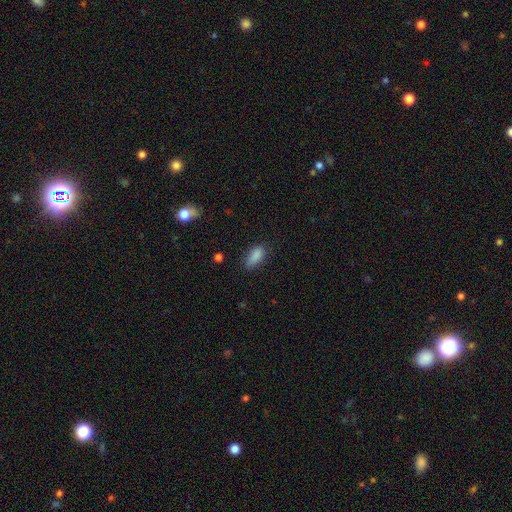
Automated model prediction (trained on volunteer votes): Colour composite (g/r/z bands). It shows a smooth galaxy with no disk features (87%) that is in between round and cigar-shaped (85%). Merging: none (74%).